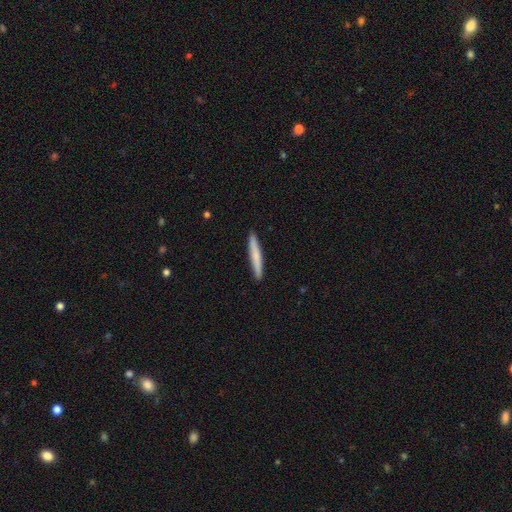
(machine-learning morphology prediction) Smooth or featured?
  - smooth: 71% *
  - featured or disk: 23%
  - star or artifact: 5%
How rounded?
  - cigar-shaped: 96% *
  - in between: 3%
  - round: 1%
Merging?
  - none: 92% *
  - minor disturbance: 6%
  - major disturbance: 1%
  - merger: 1%